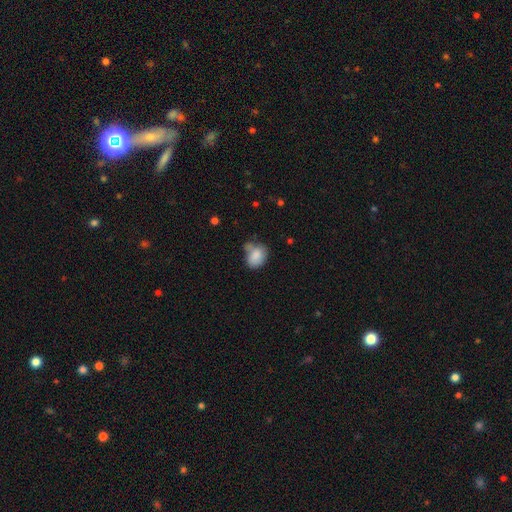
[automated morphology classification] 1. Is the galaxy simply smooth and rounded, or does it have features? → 82% smooth, 9% featured or disk, 8% star or artifact.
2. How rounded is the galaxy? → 61% in between, 38% round, 1% cigar-shaped.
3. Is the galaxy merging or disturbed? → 45% none, 30% minor disturbance, 15% merger, 11% major disturbance.